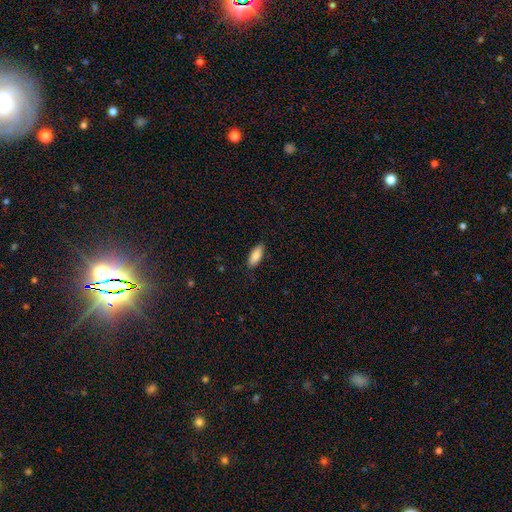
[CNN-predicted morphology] type=smooth (88%); roundness=in between (82%); merging=none (87%).